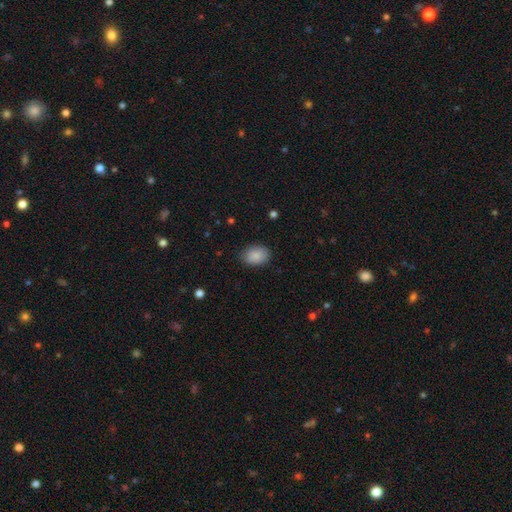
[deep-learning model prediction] smooth_or_featured: smooth (p=0.87) [alt: star or artifact p=0.07]
how_rounded: in between (p=0.79) [alt: round p=0.20]
merging: none (p=0.82) [alt: minor disturbance p=0.14]